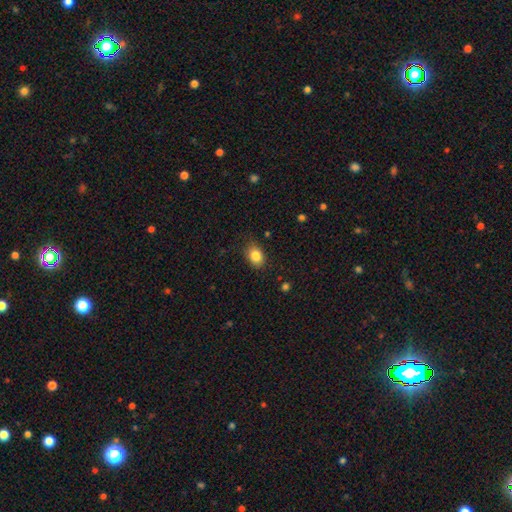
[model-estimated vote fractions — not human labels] A smooth galaxy with no disk features (85%) that is in between round and cigar-shaped (67%). Merging: none (81%).